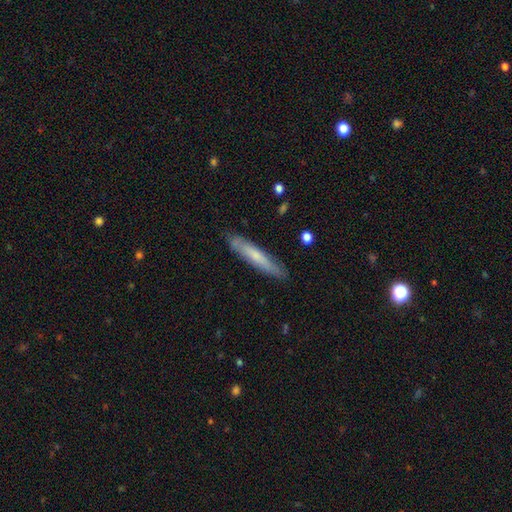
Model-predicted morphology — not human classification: smooth-or-featured: smooth: 57% | featured or disk: 37% | star or artifact: 6%
  how-rounded: cigar-shaped: 91% | in between: 8% | round: 1%
  merging: none: 82% | minor disturbance: 14% | major disturbance: 2% | merger: 2%